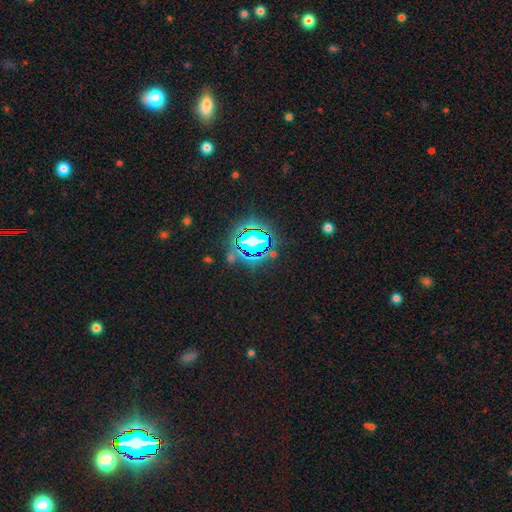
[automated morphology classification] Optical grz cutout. It shows a star or artifact, not a galaxy (69%).